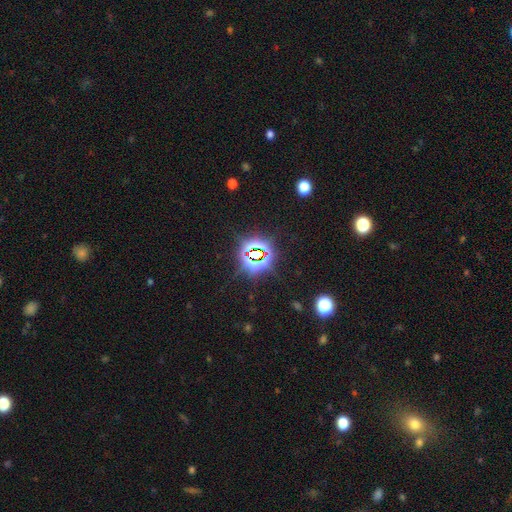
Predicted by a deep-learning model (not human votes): Smooth or featured? Predicted: star or artifact (p=0.81).